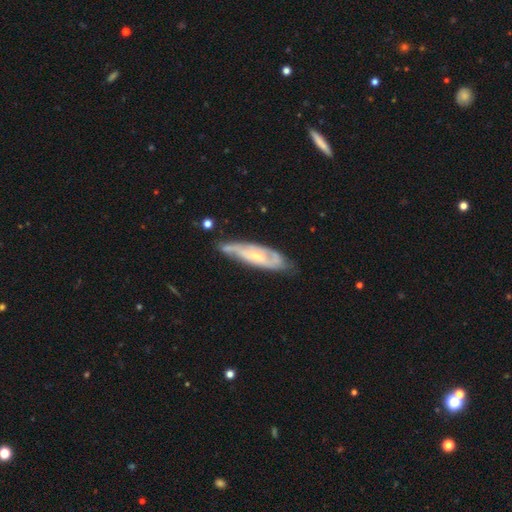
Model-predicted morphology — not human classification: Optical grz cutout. It shows a featured or disk galaxy (73%) with no bar (53%), spiral arms (87%) and a small central bulge (54%). Merging: none (59%).